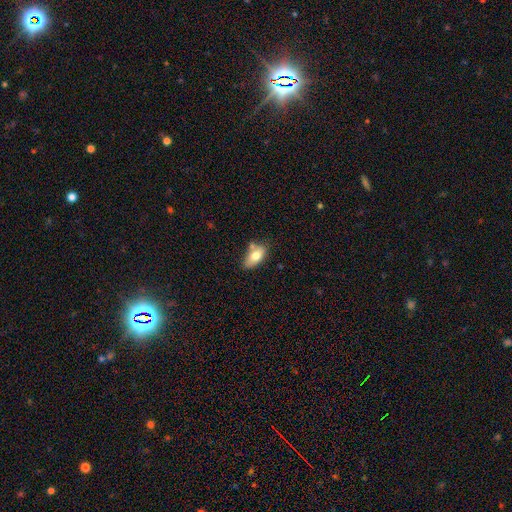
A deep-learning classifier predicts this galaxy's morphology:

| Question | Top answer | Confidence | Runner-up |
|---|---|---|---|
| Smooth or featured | smooth | 74% | featured or disk (19%) |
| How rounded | in between | 89% | cigar-shaped (6%) |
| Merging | none | 56% | minor disturbance (22%) |